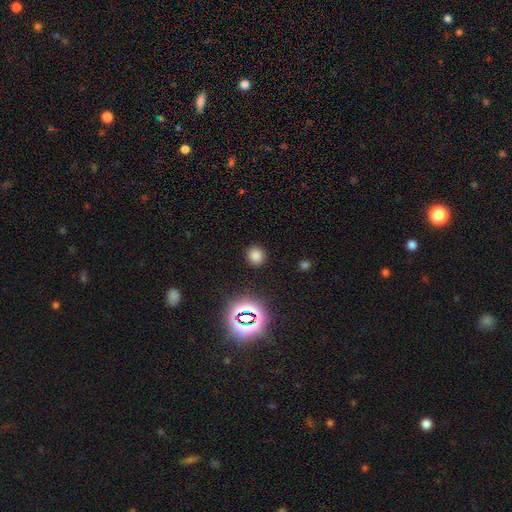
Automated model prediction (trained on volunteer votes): Smooth or featured: smooth — 76% (star or artifact — 19%)
How rounded: round — 85% (in between — 14%)
Merging: none — 90% (minor disturbance — 6%)